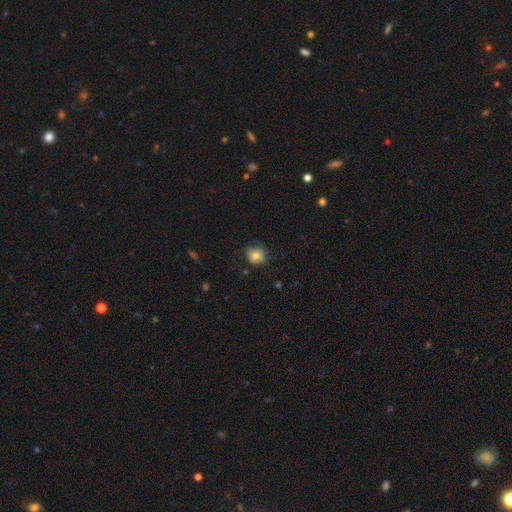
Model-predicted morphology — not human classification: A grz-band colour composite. It shows a smooth galaxy with no disk features (82%) that is round (76%). Merging: none (73%).